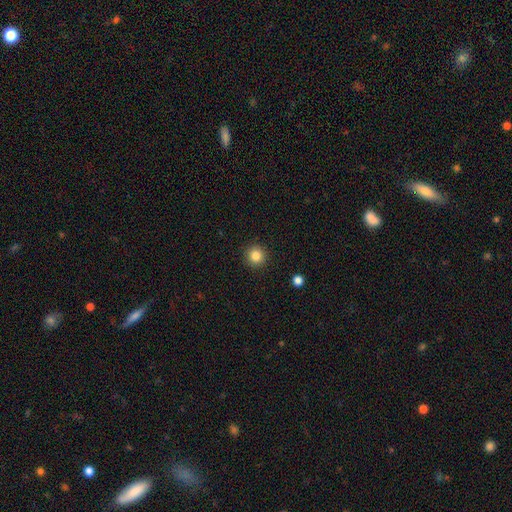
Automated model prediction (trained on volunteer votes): Overall: smooth (85%). How rounded: round (94%). Merging: none (92%).